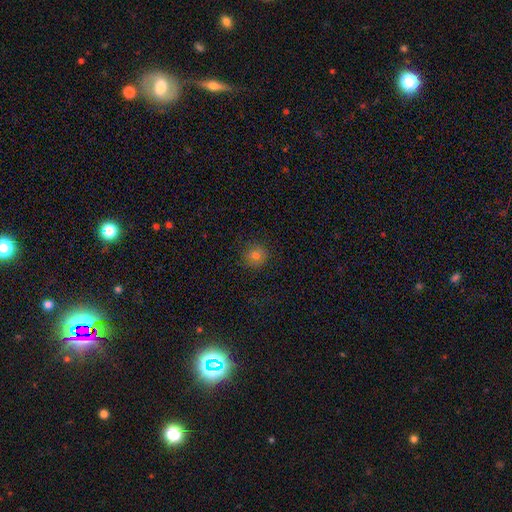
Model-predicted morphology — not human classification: smooth-or-featured: smooth: 78% | star or artifact: 15% | featured or disk: 8%
  how-rounded: round: 88% | in between: 11% | cigar-shaped: 1%
  merging: none: 86% | minor disturbance: 10% | major disturbance: 3% | merger: 1%